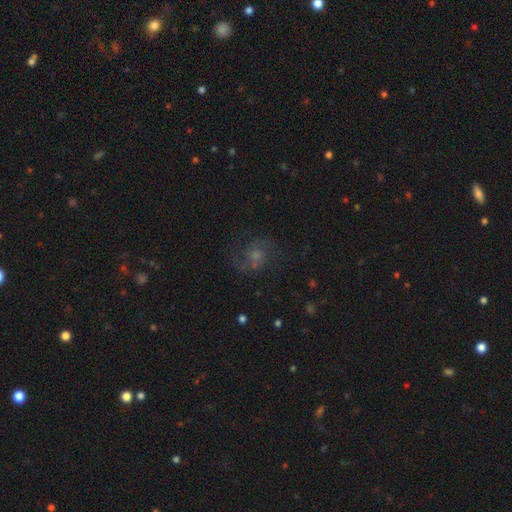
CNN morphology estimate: Smooth or featured? Predicted: featured or disk (p=0.62). Edge-on disk? Predicted: no (p=0.97). Bar? Predicted: no (p=0.65). Spiral arms? Predicted: yes (p=0.91). Spiral winding? Predicted: medium (p=0.50). Spiral arm count? Predicted: 2 (p=0.83). Bulge size? Predicted: small (p=0.38). Merging? Predicted: none (p=0.70).